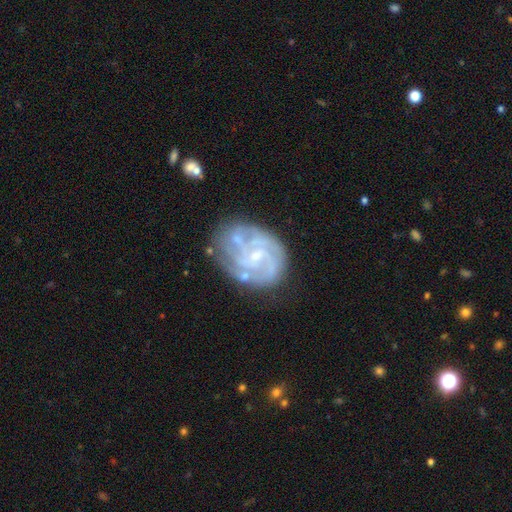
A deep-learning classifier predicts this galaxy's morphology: type=featured or disk (85%); edge-on=no (98%); bar=no (55%); spiral arms=yes (94%); winding=tight (56%); arm count=3 (26%, tied with can't tell); bulge=small (74%); merging=none (68%).